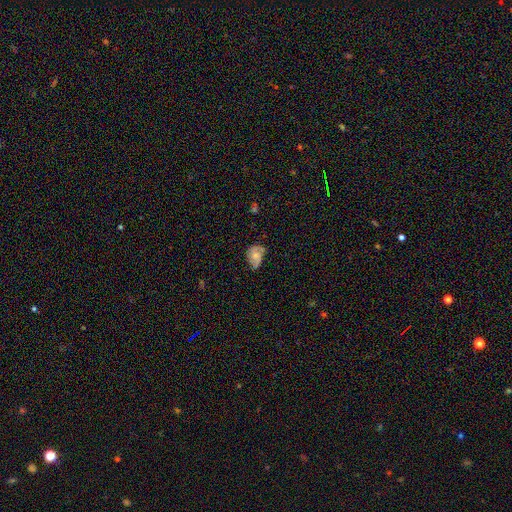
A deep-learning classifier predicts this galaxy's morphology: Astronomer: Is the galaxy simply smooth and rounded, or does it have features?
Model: featured or disk — 55% (runner-up: smooth, 37%).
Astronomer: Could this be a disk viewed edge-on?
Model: no — 97%.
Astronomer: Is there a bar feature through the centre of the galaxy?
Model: no — 71%.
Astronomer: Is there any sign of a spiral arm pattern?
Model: yes — 85%.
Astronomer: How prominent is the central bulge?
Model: moderate — 45% (runner-up: small, 37%).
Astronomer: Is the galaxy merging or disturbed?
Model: none — 48% (runner-up: minor disturbance, 34%).